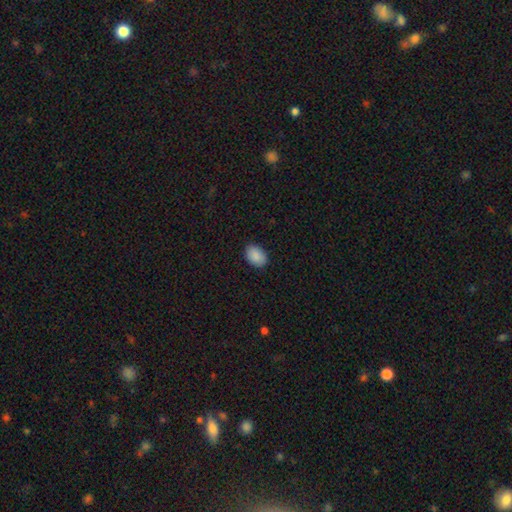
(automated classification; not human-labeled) Smooth or featured? smooth (90%)
How rounded? in between (78%)
Merging? none (88%)